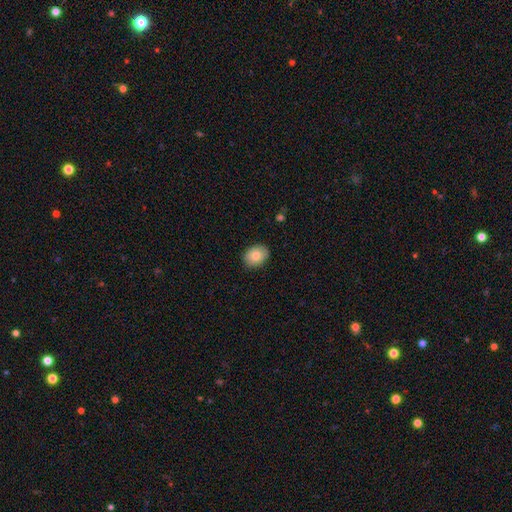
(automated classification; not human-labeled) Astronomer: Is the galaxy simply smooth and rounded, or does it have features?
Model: smooth — 82%.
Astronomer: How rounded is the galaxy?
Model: in between — 60% (runner-up: round, 39%).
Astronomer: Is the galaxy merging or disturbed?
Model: none — 87%.